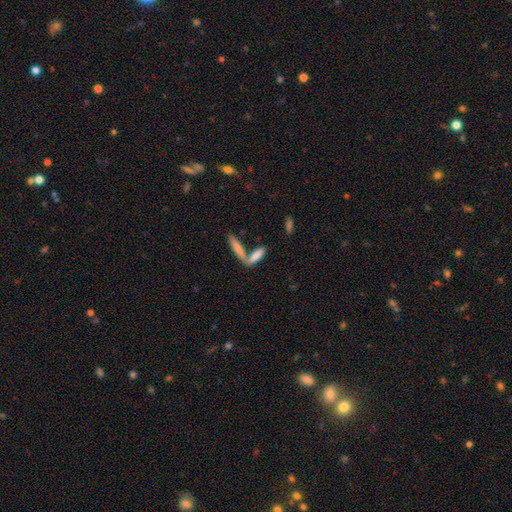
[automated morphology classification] Smooth or featured? Predicted: smooth (p=0.75). How rounded? Predicted: cigar-shaped (p=0.68). Merging? Predicted: merger (p=0.47).